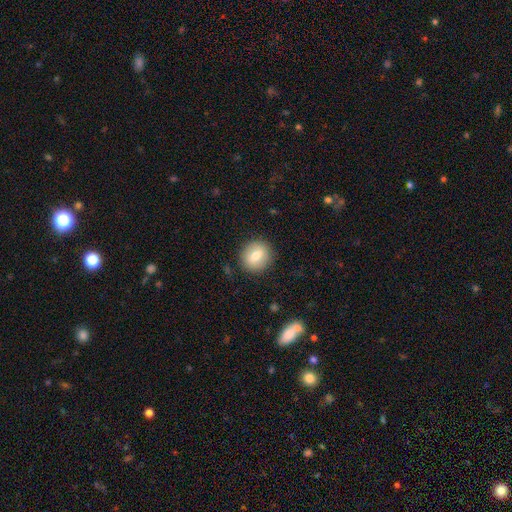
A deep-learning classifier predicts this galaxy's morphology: This is likely a smooth galaxy (72%). How rounded: clearly round (87%). Merging: clearly none (89%).